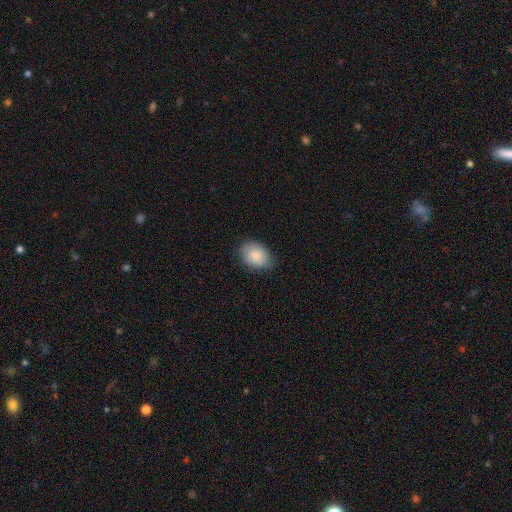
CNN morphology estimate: Overall: smooth (86%). How rounded: in between (77%). Merging: none (81%).